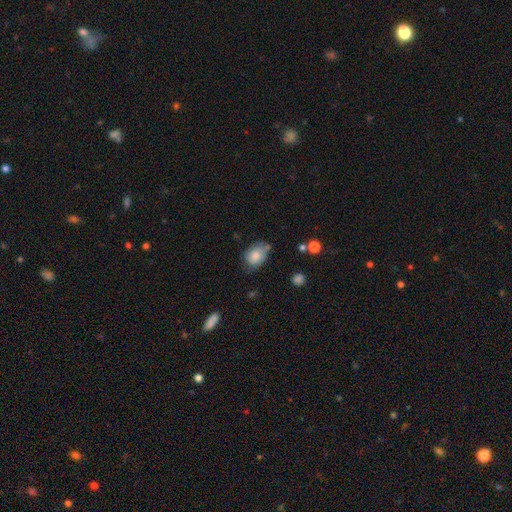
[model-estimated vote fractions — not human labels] A smooth galaxy with no disk features (79%) that is in between round and cigar-shaped (75%). Merging: none (53%).